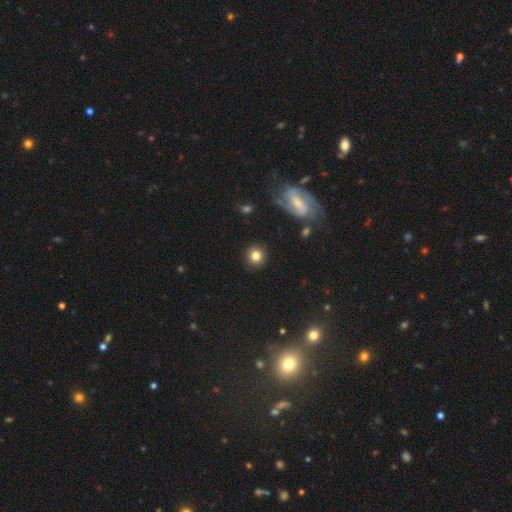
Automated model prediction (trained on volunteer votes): Smooth or featured? Predicted: smooth (p=0.81). How rounded? Predicted: round (p=0.91). Merging? Predicted: none (p=0.89).